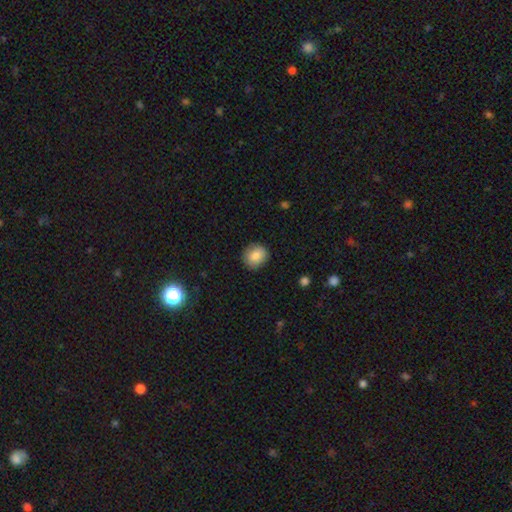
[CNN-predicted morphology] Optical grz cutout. It shows a smooth galaxy with no disk features (84%) that is round (80%). Merging: none (88%).